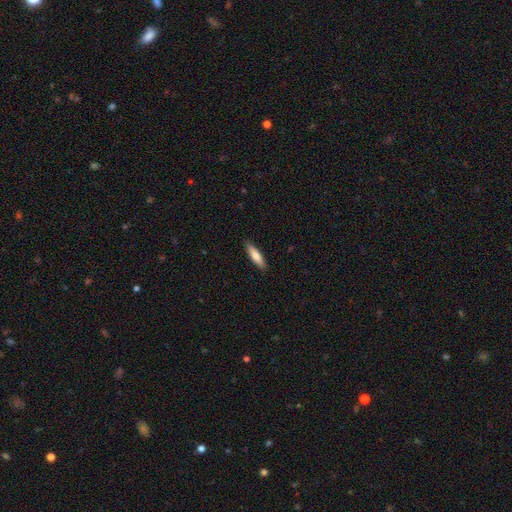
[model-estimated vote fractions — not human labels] smooth_or_featured: smooth (p=0.76) [alt: featured or disk p=0.19]
how_rounded: cigar-shaped (p=0.71) [alt: in between p=0.27]
merging: none (p=0.88) [alt: minor disturbance p=0.09]